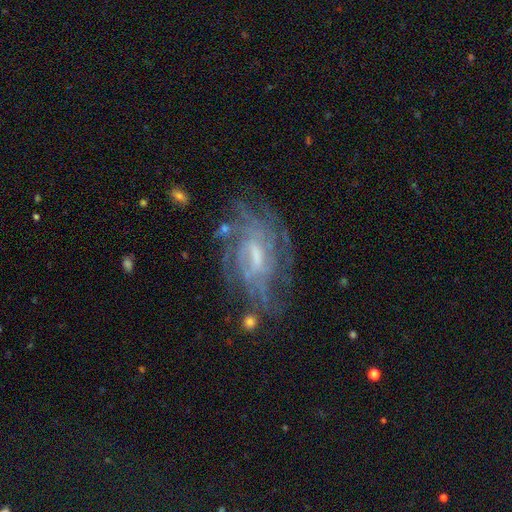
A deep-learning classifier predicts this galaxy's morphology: Q: Smooth or featured?
A: featured or disk (83%); runner-up: star or artifact (9%)
Q: Edge-on disk?
A: no (95%); runner-up: yes (5%)
Q: Bar?
A: weak (55%); runner-up: no (28%)
Q: Spiral arms?
A: yes (90%); runner-up: no (10%)
Q: Spiral winding?
A: tight (57%); runner-up: medium (34%)
Q: Spiral arm count?
A: can't tell (48%); runner-up: 4 (18%)
Q: Bulge size?
A: moderate (42%); runner-up: small (40%)
Q: Merging?
A: none (65%); runner-up: minor disturbance (19%)